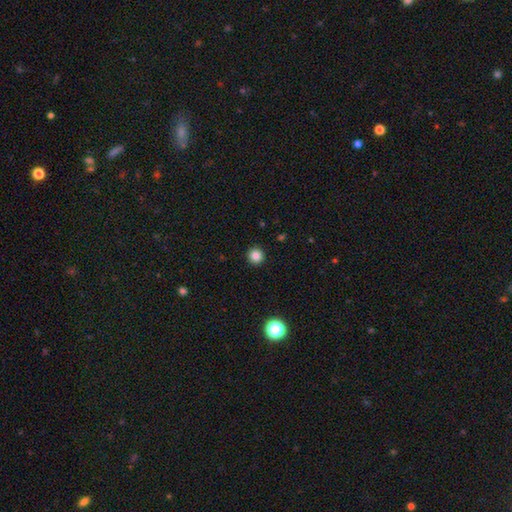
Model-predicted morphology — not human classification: type=smooth (84%); roundness=round (96%); merging=none (93%).